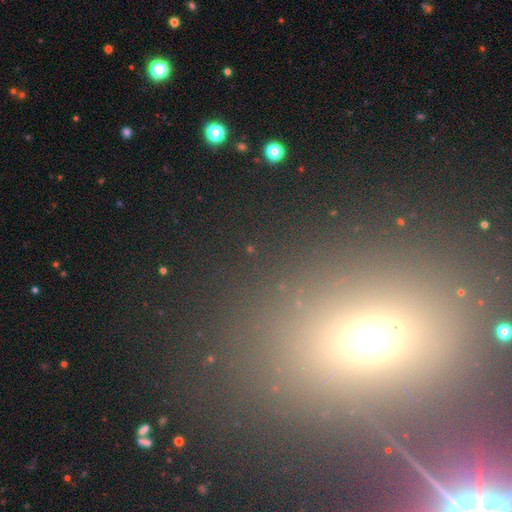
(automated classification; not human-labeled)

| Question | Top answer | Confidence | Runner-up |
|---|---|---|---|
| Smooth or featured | star or artifact | 53% | smooth (36%) |